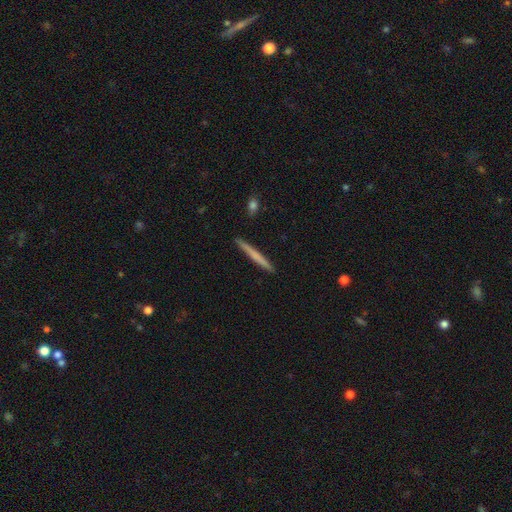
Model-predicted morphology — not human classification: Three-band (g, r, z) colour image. It shows a smooth galaxy with no disk features (57%) that is cigar-shaped (97%). Merging: none (92%).